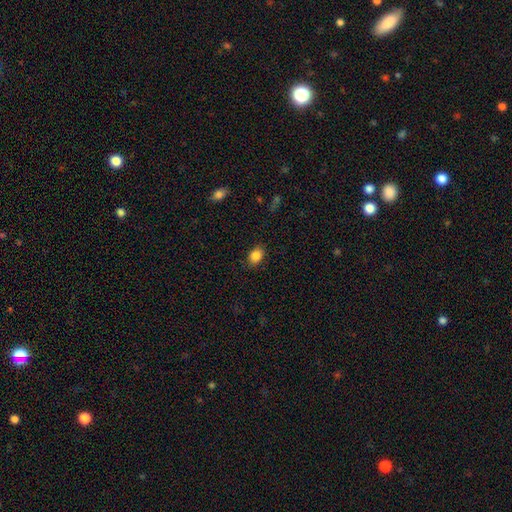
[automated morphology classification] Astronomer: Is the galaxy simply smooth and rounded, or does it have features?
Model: smooth — 87%.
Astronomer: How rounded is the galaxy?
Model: in between — 76%.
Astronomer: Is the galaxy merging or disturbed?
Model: none — 86%.